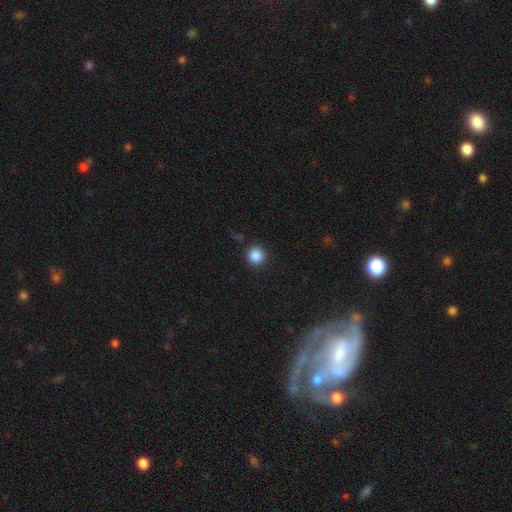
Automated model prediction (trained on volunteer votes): Smooth or featured?
  - smooth: 87% *
  - star or artifact: 10%
  - featured or disk: 3%
How rounded?
  - round: 94% *
  - in between: 5%
  - cigar-shaped: 1%
Merging?
  - none: 90% *
  - minor disturbance: 6%
  - major disturbance: 2%
  - merger: 2%